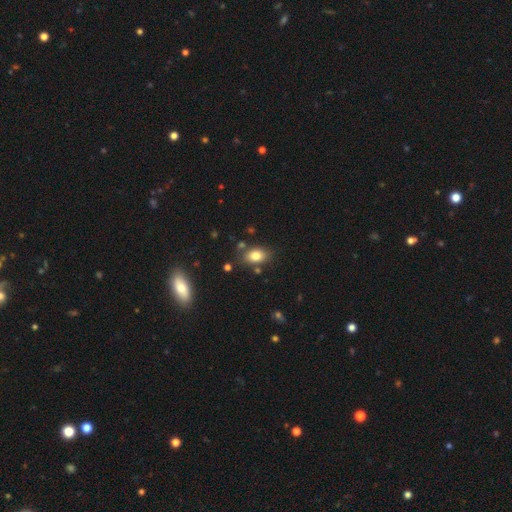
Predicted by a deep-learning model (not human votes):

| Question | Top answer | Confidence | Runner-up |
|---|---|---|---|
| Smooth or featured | smooth | 81% | featured or disk (10%) |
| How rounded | in between | 82% | round (17%) |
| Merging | none | 78% | minor disturbance (13%) |